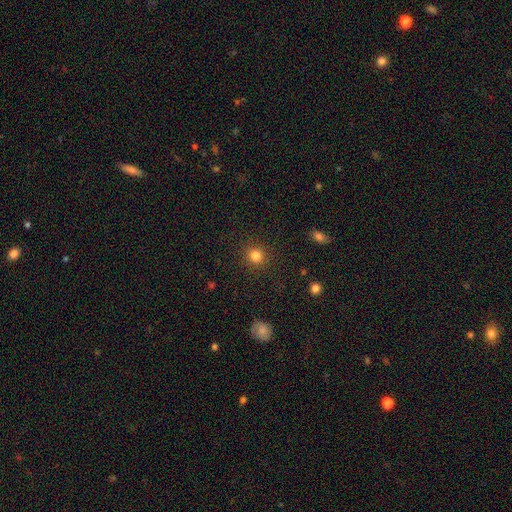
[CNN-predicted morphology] This appears to be a smooth galaxy with no disk features (82%) that is round (89%). Merging: none (90%).